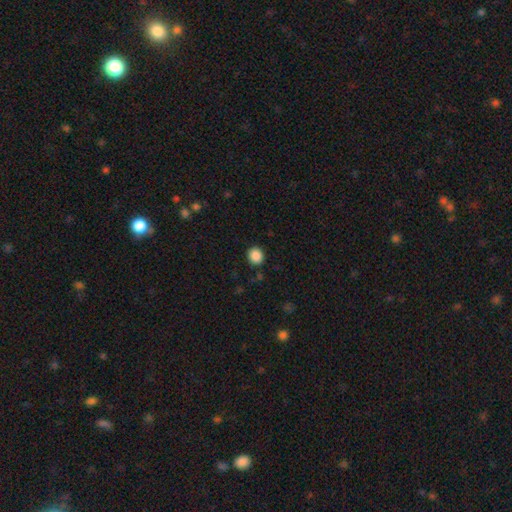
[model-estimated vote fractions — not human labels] Smooth or featured?
  - smooth: 88% *
  - star or artifact: 10%
  - featured or disk: 3%
How rounded?
  - round: 80% *
  - in between: 19%
  - cigar-shaped: 1%
Merging?
  - none: 89% *
  - minor disturbance: 7%
  - major disturbance: 2%
  - merger: 1%